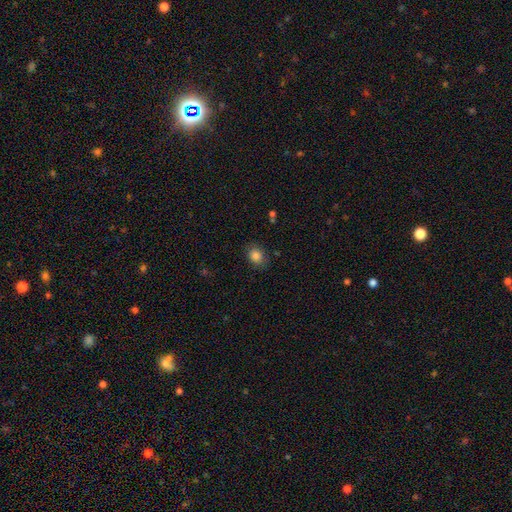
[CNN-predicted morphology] A smooth galaxy with no disk features (84%) that is in between round and cigar-shaped (55%). Merging: none (82%).